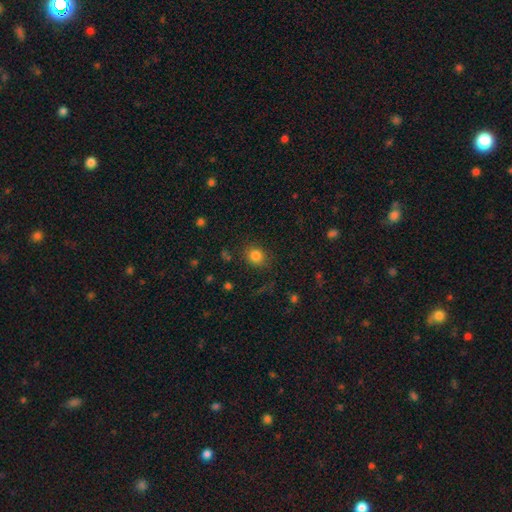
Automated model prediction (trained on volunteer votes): Q: Smooth or featured?
A: smooth (82%); runner-up: star or artifact (12%)
Q: How rounded?
A: round (80%); runner-up: in between (20%)
Q: Merging?
A: none (83%); runner-up: minor disturbance (11%)